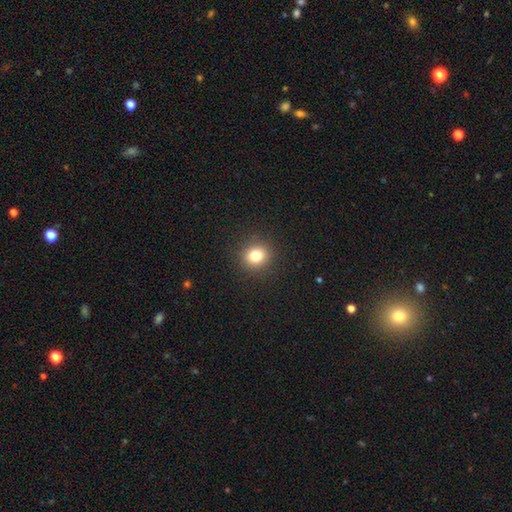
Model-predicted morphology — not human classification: Overall: smooth (80%). How rounded: round (82%). Merging: none (90%).